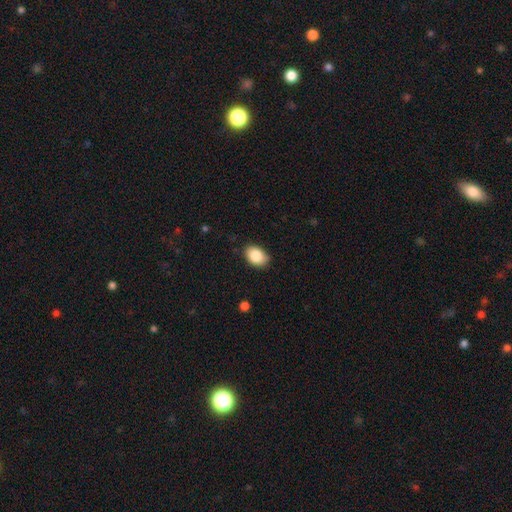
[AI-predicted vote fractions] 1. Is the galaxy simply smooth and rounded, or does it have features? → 85% smooth, 8% star or artifact, 7% featured or disk.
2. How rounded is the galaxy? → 80% in between, 19% round, 1% cigar-shaped.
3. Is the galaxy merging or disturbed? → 78% none, 18% minor disturbance, 3% major disturbance, 1% merger.